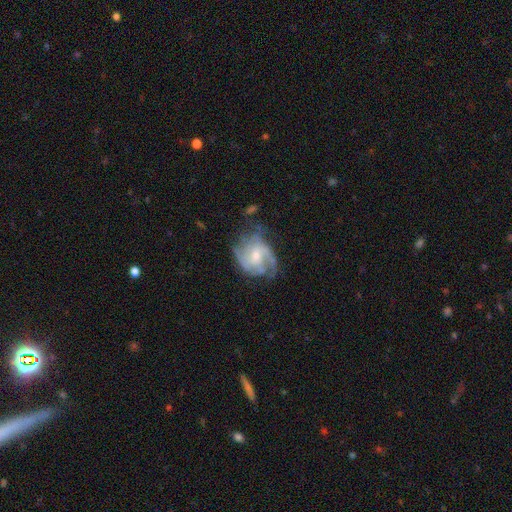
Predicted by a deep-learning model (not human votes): Smooth or featured: featured or disk — 83% (smooth — 11%)
Edge-on disk: no — 98% (yes — 2%)
Bar: no — 51% (weak — 41%)
Spiral arms: yes — 93% (no — 7%)
Spiral winding: medium — 45% (tight — 38%)
Spiral arm count: 2 — 34% (3 — 25%)
Bulge size: small — 49% (moderate — 44%)
Merging: none — 58% (minor disturbance — 24%)